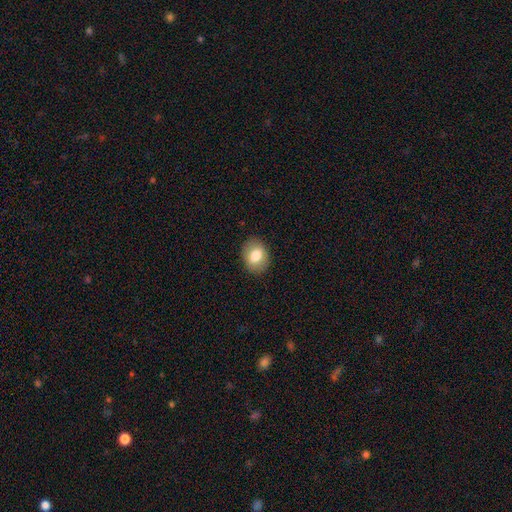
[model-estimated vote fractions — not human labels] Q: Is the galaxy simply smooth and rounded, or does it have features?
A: smooth — 79%.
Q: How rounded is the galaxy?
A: in between — 61%.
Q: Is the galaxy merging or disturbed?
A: none — 88%.